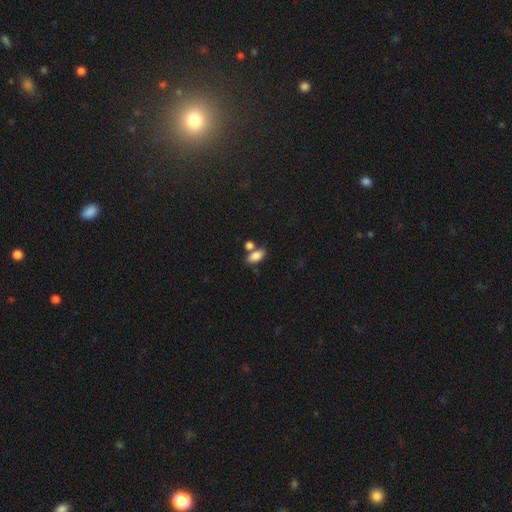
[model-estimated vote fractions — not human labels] Smooth or featured: smooth — 84% (star or artifact — 8%)
How rounded: in between — 90% (round — 6%)
Merging: none — 54% (merger — 29%)